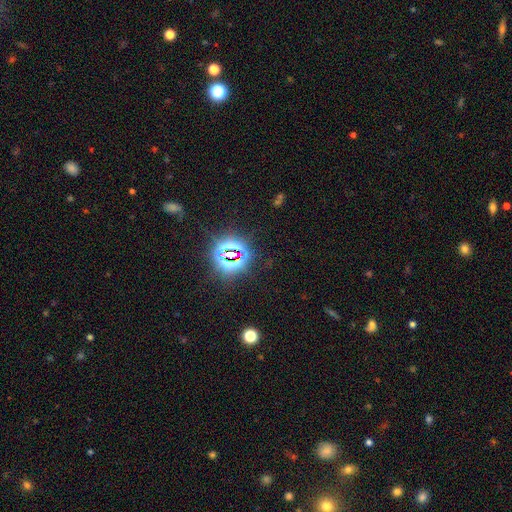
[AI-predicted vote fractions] Smooth or featured: star or artifact — 82% (smooth — 12%)